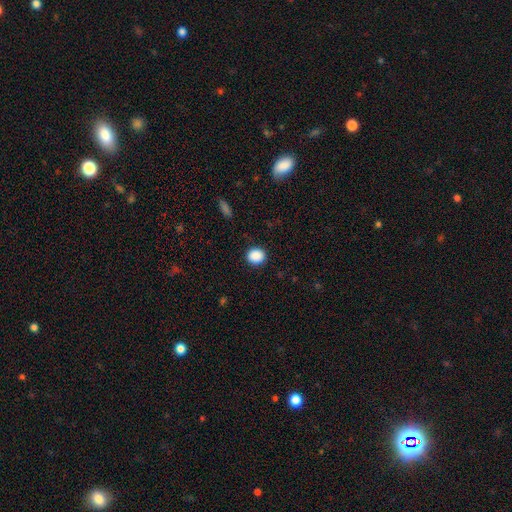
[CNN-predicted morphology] Smooth or featured: smooth — 89% (star or artifact — 8%)
How rounded: round — 75% (in between — 24%)
Merging: none — 90% (minor disturbance — 7%)